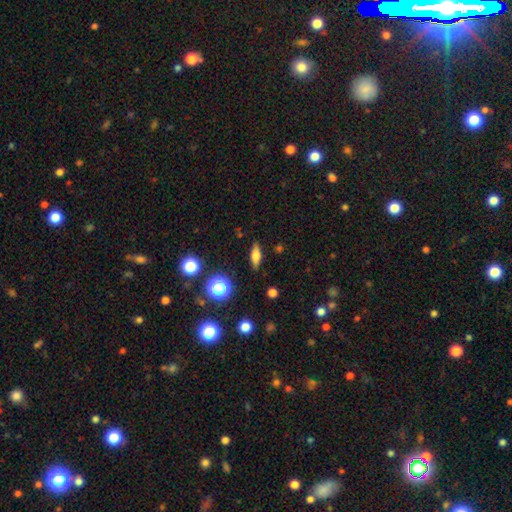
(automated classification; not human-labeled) A smooth galaxy with no disk features (63%) that is in between round and cigar-shaped (56%). Merging: none (86%).